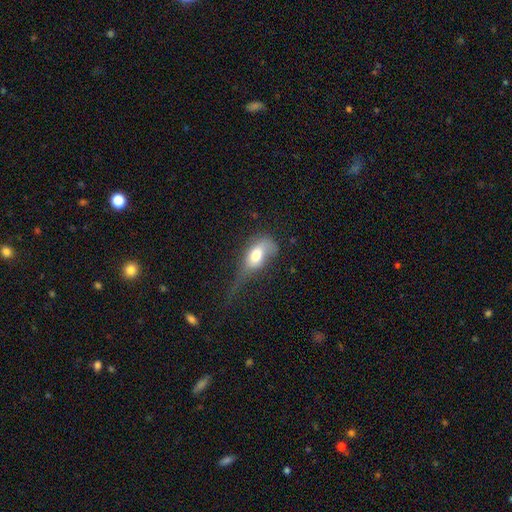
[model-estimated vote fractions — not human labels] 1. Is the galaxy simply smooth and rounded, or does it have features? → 68% smooth, 24% featured or disk, 8% star or artifact.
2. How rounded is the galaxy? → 85% in between, 9% round, 6% cigar-shaped.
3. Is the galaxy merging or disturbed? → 47% major disturbance, 29% minor disturbance, 20% none, 4% merger.